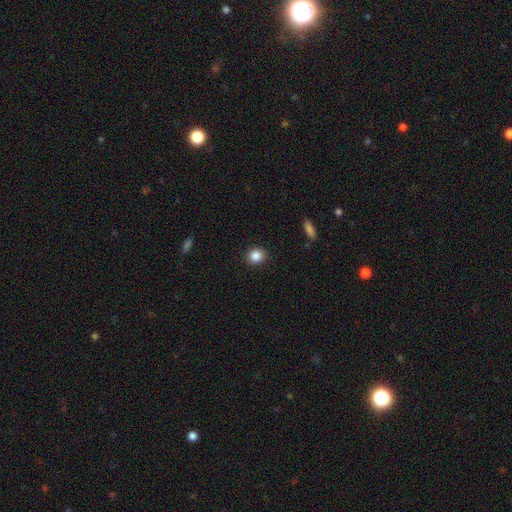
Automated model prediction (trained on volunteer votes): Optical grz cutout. It shows a smooth galaxy with no disk features (86%) that is round (81%). Merging: none (91%).